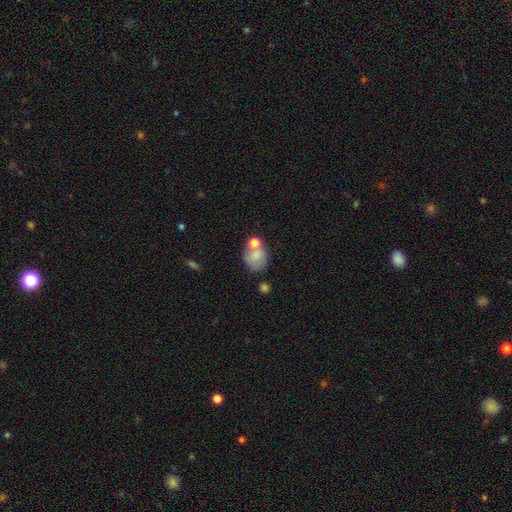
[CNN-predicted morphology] Overall: smooth (76%). How rounded: round (57%; in between 42%). Merging: none (46%; merger 28%).